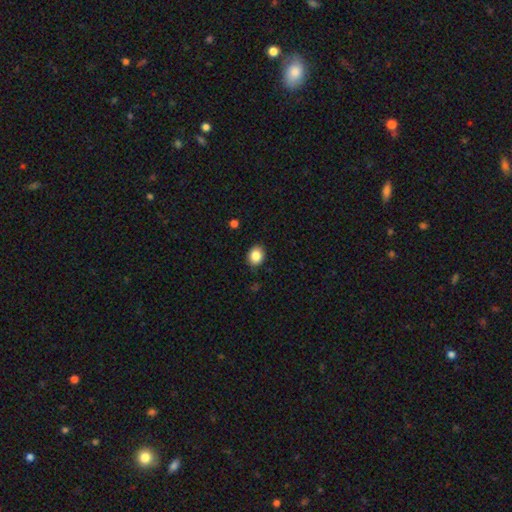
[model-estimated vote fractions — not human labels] This appears to be a smooth galaxy with no disk features (85%) that is round (56%). Merging: none (88%).